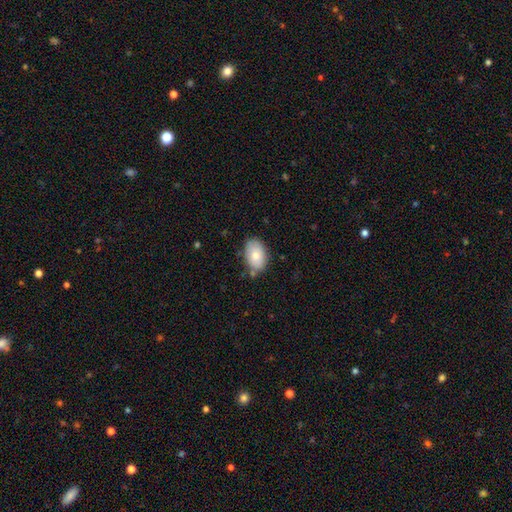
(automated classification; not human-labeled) The model was most divided on "merging": none: 75%, minor disturbance: 17%, merger: 4%, major disturbance: 3%. More confident: how rounded — in between (90%); smooth or featured — smooth (79%).